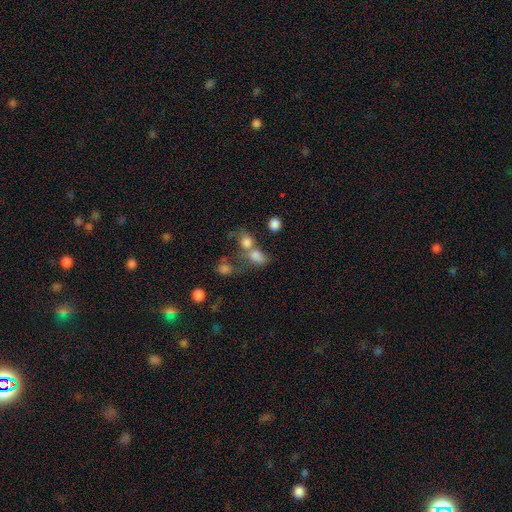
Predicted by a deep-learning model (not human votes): Q: Smooth or featured?
A: smooth (74%); runner-up: star or artifact (14%)
Q: How rounded?
A: in between (62%); runner-up: round (35%)
Q: Merging?
A: merger (52%); runner-up: none (27%)